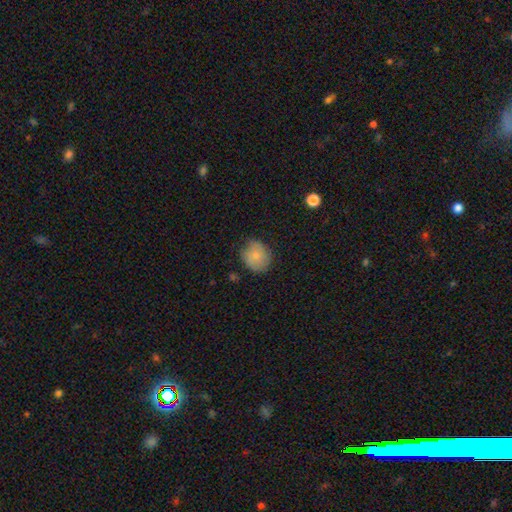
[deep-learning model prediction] Smooth or featured? smooth (77%)
How rounded? round (77%)
Merging? none (71%)